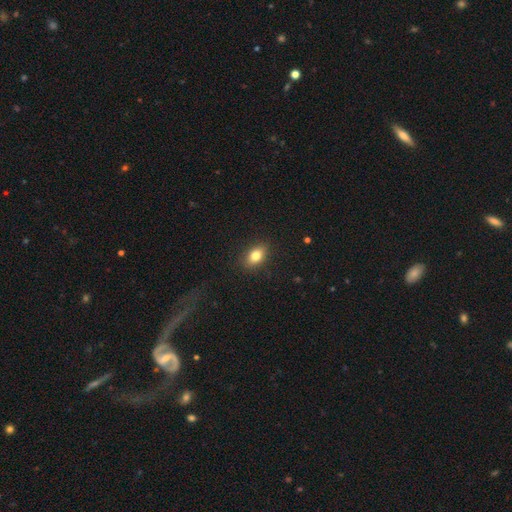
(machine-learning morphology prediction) Smooth or featured?
  - smooth: 79% *
  - featured or disk: 11%
  - star or artifact: 9%
How rounded?
  - in between: 80% *
  - round: 17%
  - cigar-shaped: 3%
Merging?
  - none: 87% *
  - minor disturbance: 10%
  - major disturbance: 3%
  - merger: 1%